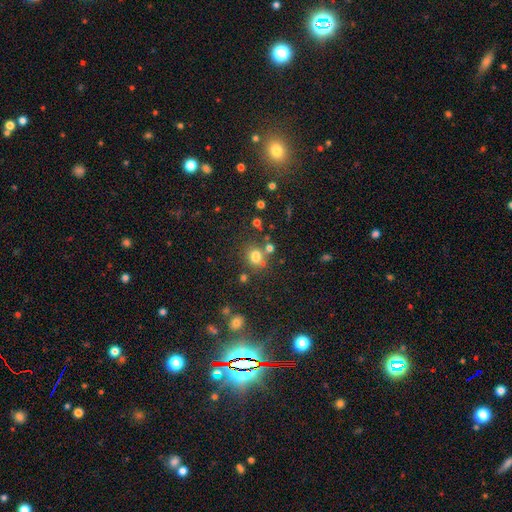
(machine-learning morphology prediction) Smooth or featured? Predicted: smooth (p=0.73). How rounded? Predicted: round (p=0.72). Merging? Predicted: none (p=0.65).